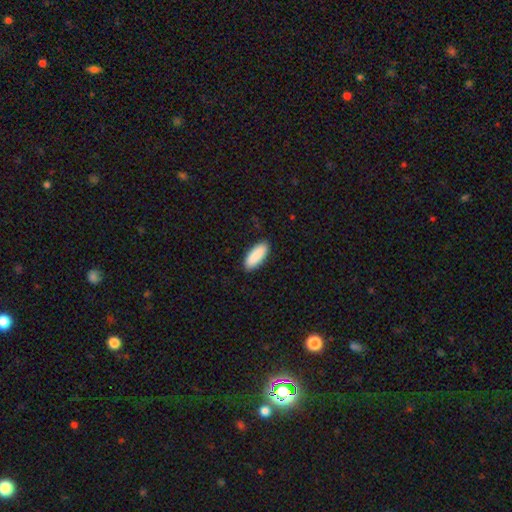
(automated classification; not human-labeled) A smooth galaxy with no disk features (91%) that is in between round and cigar-shaped (79%). Merging: none (89%).